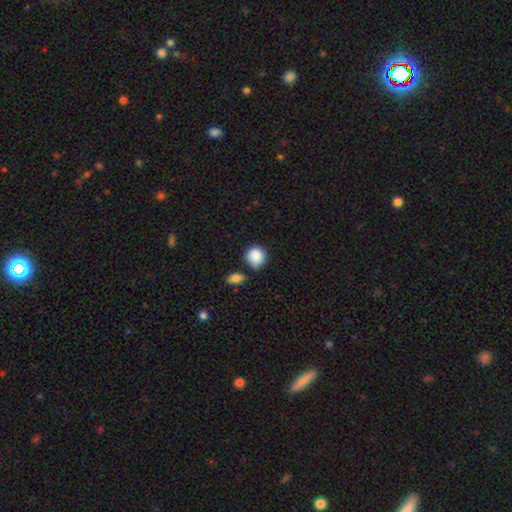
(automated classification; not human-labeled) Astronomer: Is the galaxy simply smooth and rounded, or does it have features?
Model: smooth — 88%.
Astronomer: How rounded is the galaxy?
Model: round — 87%.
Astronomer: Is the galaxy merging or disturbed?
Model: none — 67%.